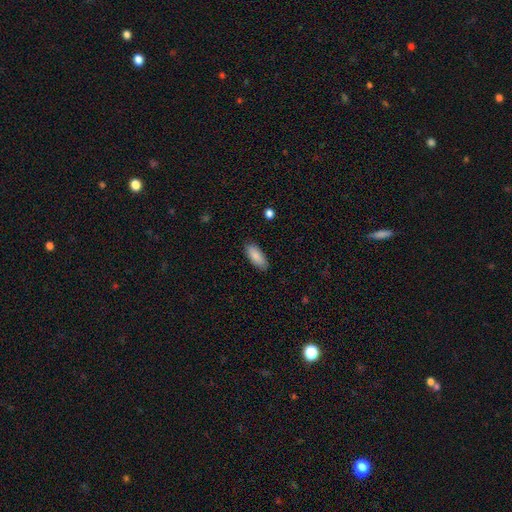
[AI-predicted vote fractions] Overall: smooth (88%). How rounded: in between (81%). Merging: none (87%).